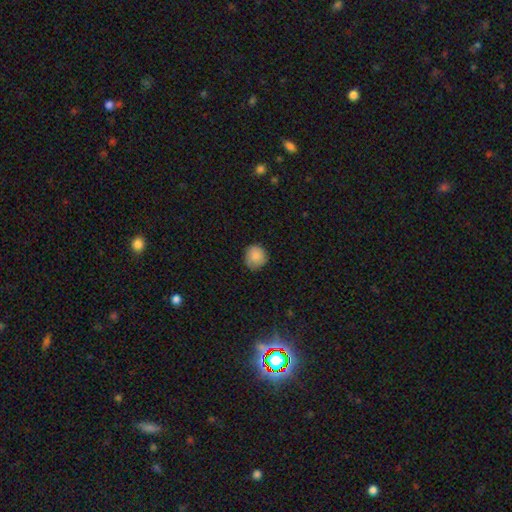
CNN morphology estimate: Smooth or featured? smooth (86%)
How rounded? round (90%)
Merging? none (81%)